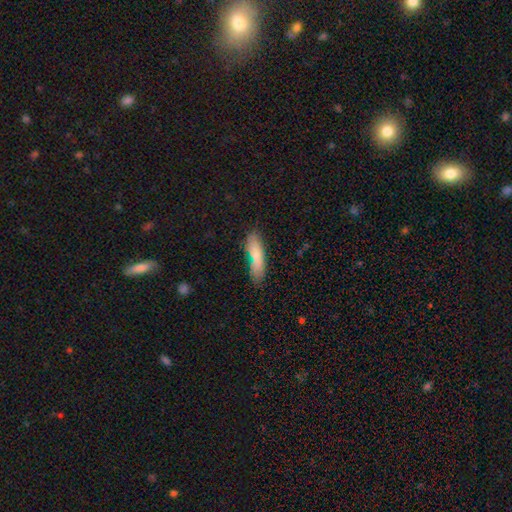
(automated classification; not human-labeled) A smooth galaxy with no disk features (82%) that is cigar-shaped (67%).

Vote fractions:
- Smooth or featured? smooth: 82% / featured or disk: 10% / star or artifact: 8%
- How rounded? cigar-shaped: 67% / in between: 31% / round: 2%
- Merging? none: 76% / minor disturbance: 17% / major disturbance: 4% / merger: 3%